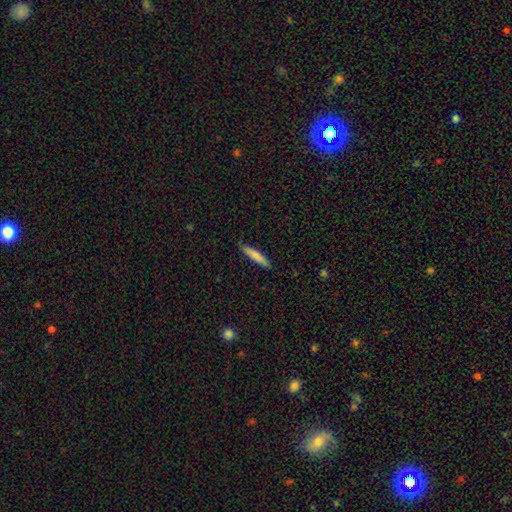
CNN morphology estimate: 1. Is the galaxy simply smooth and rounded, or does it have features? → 75% smooth, 19% featured or disk, 6% star or artifact.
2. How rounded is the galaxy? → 92% cigar-shaped, 7% in between, 1% round.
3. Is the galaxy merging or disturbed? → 87% none, 10% minor disturbance, 2% major disturbance, 1% merger.